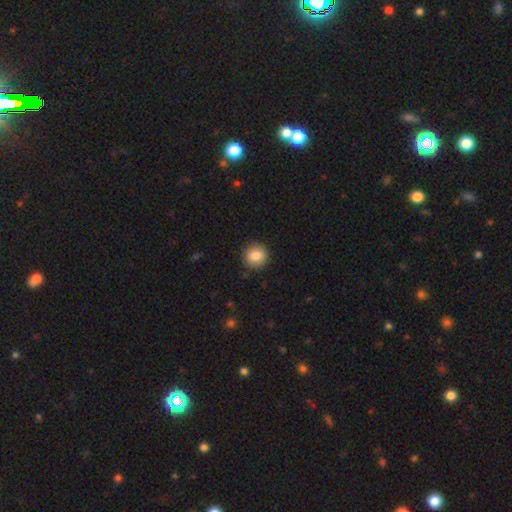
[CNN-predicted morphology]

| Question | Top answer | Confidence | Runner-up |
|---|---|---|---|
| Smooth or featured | smooth | 85% | star or artifact (9%) |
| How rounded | round | 91% | in between (8%) |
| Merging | none | 90% | minor disturbance (7%) |